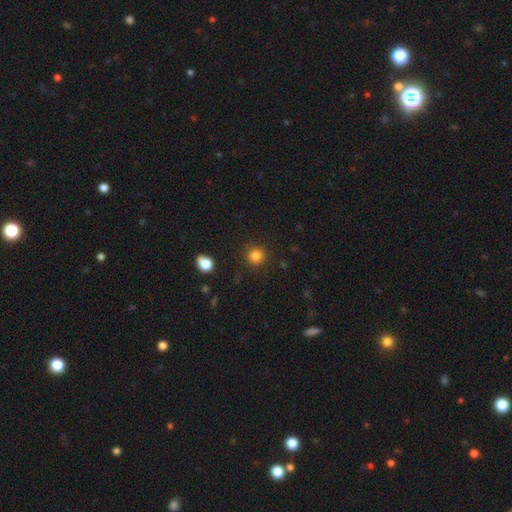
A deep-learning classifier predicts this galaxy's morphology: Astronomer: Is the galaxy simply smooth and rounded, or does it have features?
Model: smooth — 83%.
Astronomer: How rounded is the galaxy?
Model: round — 92%.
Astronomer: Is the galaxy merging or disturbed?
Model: none — 89%.